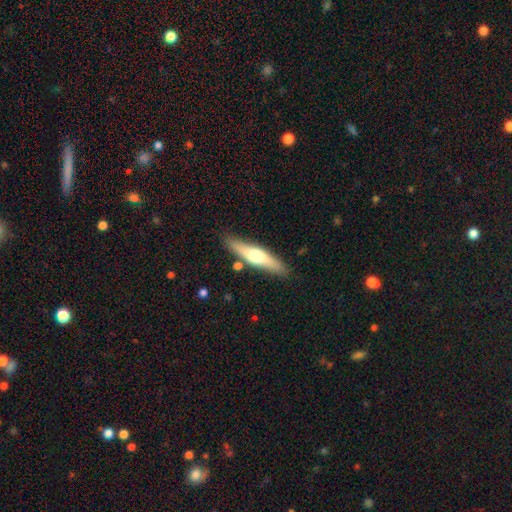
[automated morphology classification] The model was most divided on "smooth or featured": smooth: 49%, featured or disk: 46%, star or artifact: 5%. More confident: merging — none (84%).